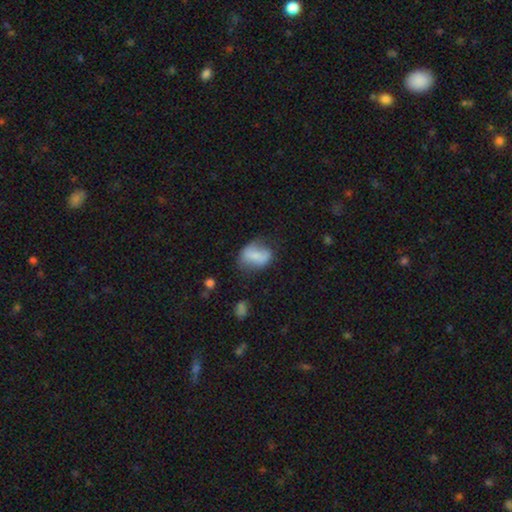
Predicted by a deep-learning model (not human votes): Smooth or featured? Predicted: smooth (p=0.63). How rounded? Predicted: in between (p=0.75). Merging? Predicted: none (p=0.45).